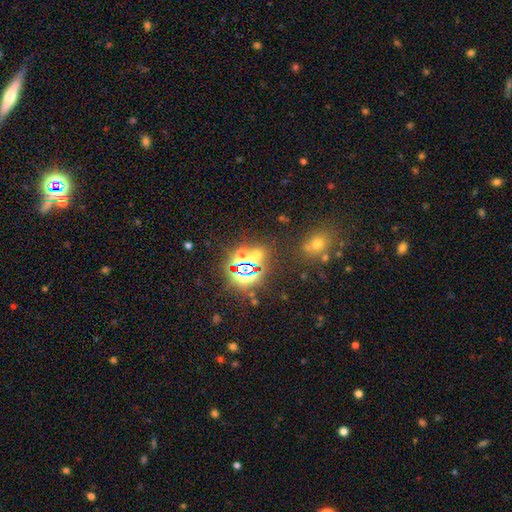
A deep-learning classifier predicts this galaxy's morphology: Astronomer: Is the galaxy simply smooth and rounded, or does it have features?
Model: star or artifact — 63%.